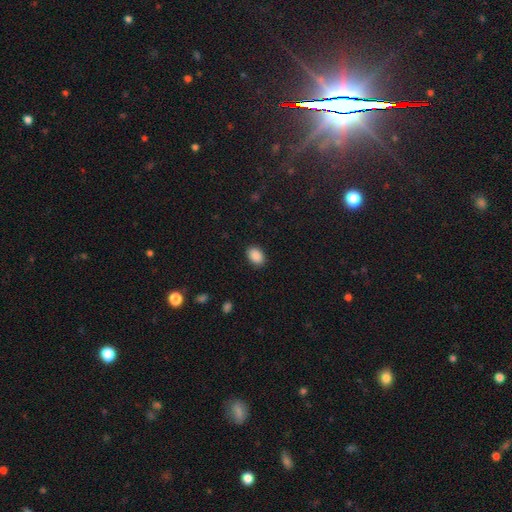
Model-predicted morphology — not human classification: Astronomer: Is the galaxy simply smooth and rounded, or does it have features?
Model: smooth — 90%.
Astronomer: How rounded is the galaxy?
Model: in between — 82%.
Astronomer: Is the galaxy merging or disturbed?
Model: none — 89%.